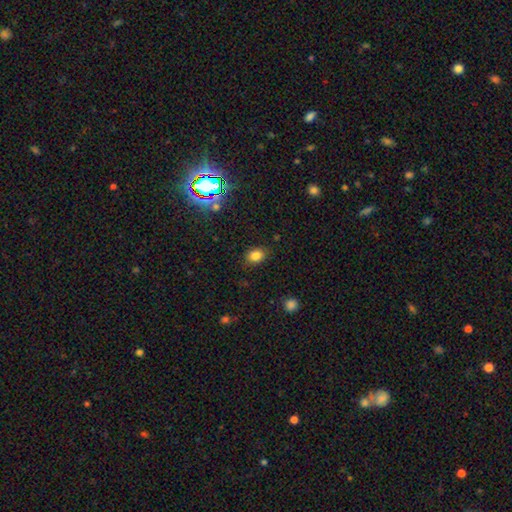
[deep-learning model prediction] Q: Smooth or featured?
A: smooth (81%); runner-up: star or artifact (13%)
Q: How rounded?
A: in between (65%); runner-up: round (34%)
Q: Merging?
A: none (85%); runner-up: minor disturbance (11%)